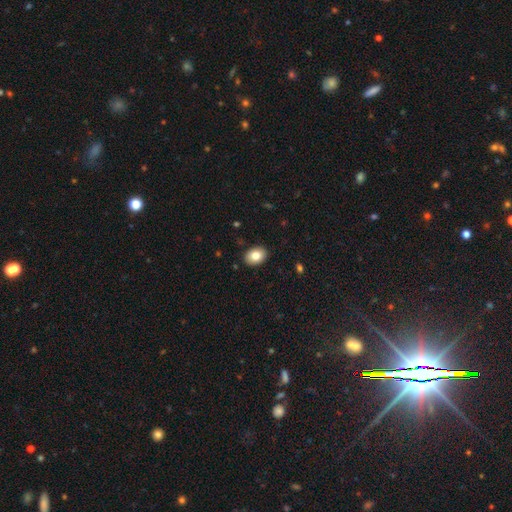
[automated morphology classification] This is clearly a smooth galaxy (82%). How rounded: likely in between (74%). Merging: clearly none (90%).